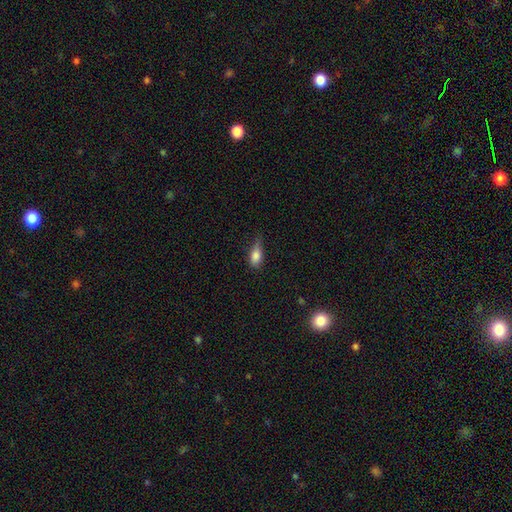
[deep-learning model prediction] Overall: smooth (81%). How rounded: in between (81%). Merging: none (43%; minor disturbance 42%).